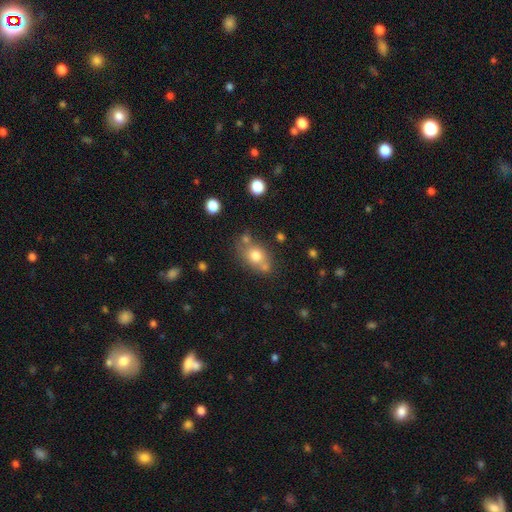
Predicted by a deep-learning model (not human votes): Smooth or featured? Predicted: smooth (p=0.74). How rounded? Predicted: in between (p=0.56). Merging? Predicted: none (p=0.57).